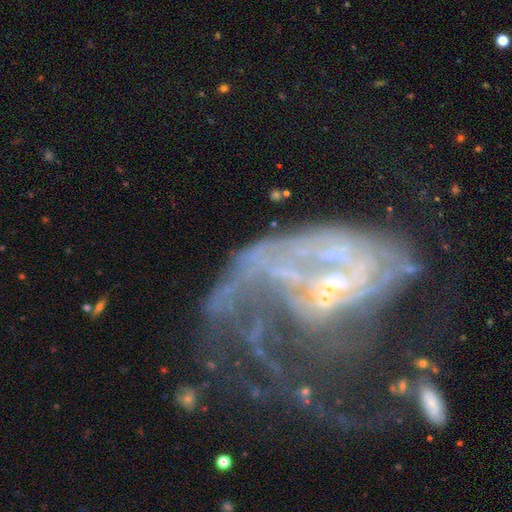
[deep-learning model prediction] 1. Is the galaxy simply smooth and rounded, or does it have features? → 69% featured or disk, 18% star or artifact, 13% smooth.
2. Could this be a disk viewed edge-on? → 93% no, 7% yes.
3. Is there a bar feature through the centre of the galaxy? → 49% no, 29% weak, 22% strong.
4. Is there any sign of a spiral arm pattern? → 72% yes, 28% no.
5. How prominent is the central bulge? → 43% small, 31% moderate, 17% none, 6% large, 3% dominant.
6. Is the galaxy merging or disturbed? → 39% none, 27% major disturbance, 19% merger, 16% minor disturbance.